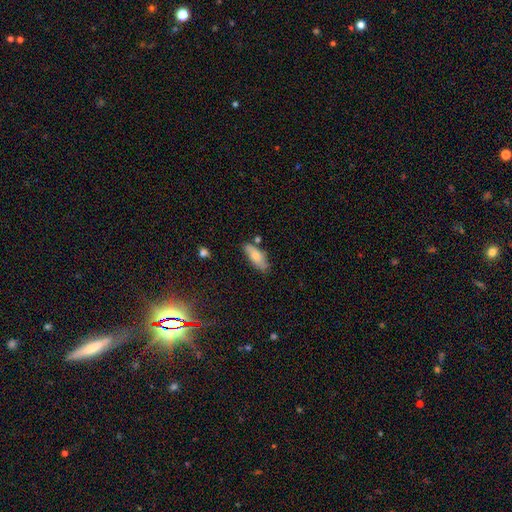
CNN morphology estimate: Q: Smooth or featured?
A: smooth (70%); runner-up: featured or disk (23%)
Q: How rounded?
A: in between (75%); runner-up: cigar-shaped (22%)
Q: Merging?
A: none (68%); runner-up: minor disturbance (21%)